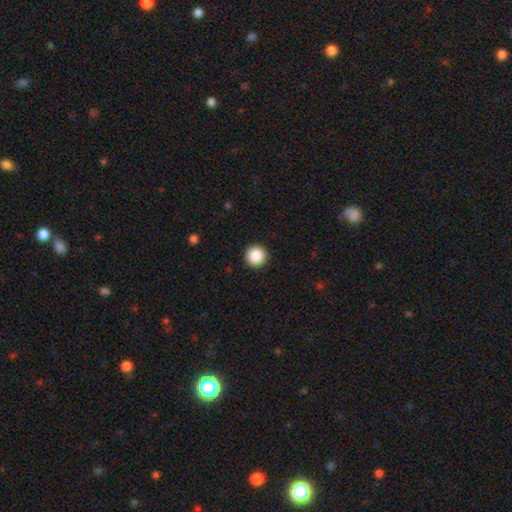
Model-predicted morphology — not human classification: Smooth or featured? smooth (88%)
How rounded? round (97%)
Merging? none (93%)